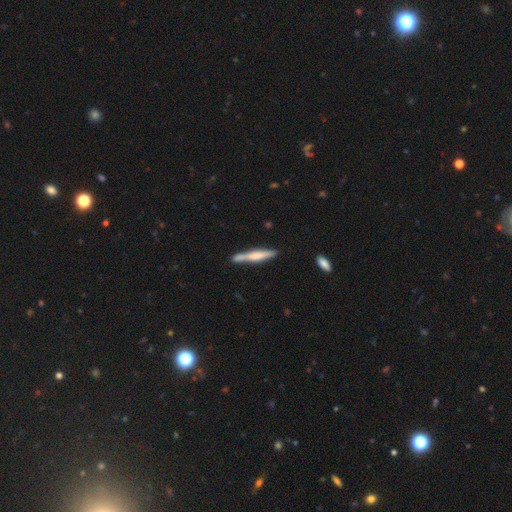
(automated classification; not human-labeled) Smooth or featured? featured or disk (49%)
Merging? none (81%)